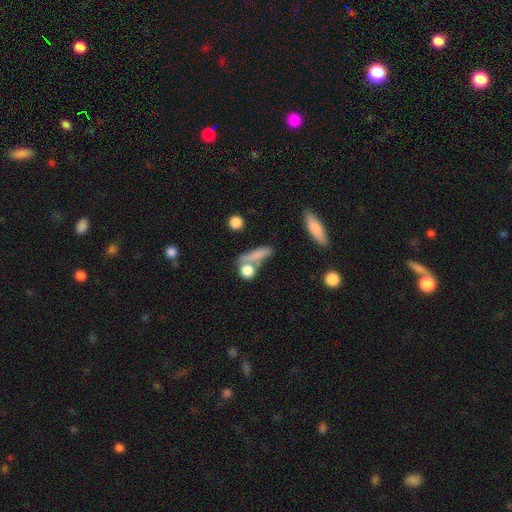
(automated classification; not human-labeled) Q: Smooth or featured?
A: smooth (76%); runner-up: featured or disk (14%)
Q: How rounded?
A: cigar-shaped (41%); runner-up: in between (30%)
Q: Merging?
A: none (51%); runner-up: merger (28%)